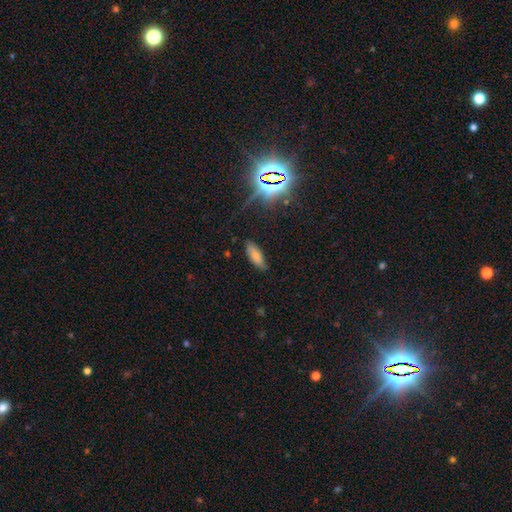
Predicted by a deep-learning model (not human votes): Smooth or featured?
  - smooth: 71% *
  - featured or disk: 17%
  - star or artifact: 13%
How rounded?
  - in between: 71% *
  - cigar-shaped: 26%
  - round: 2%
Merging?
  - none: 79% *
  - minor disturbance: 16%
  - major disturbance: 3%
  - merger: 2%